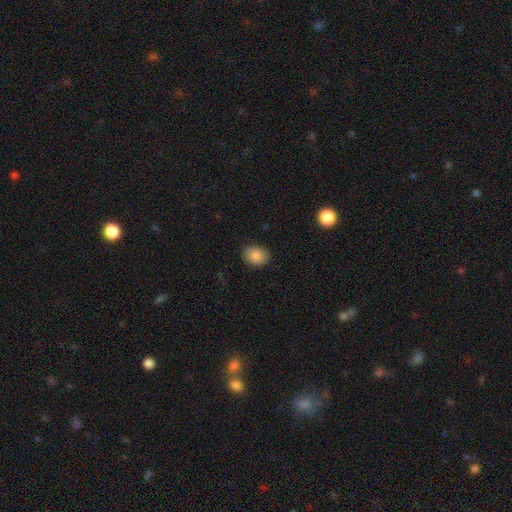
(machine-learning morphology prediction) Smooth or featured? smooth (86%)
How rounded? in between (55%)
Merging? none (88%)